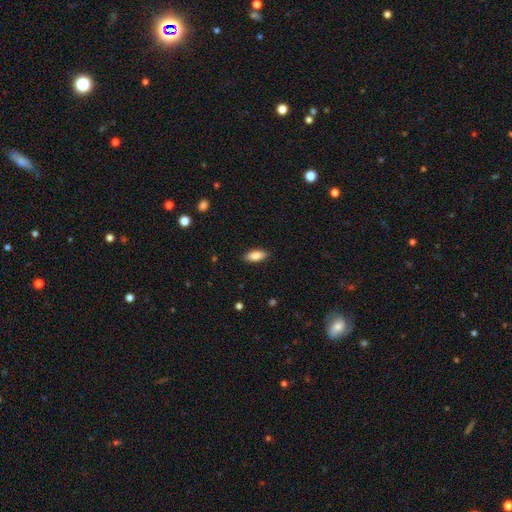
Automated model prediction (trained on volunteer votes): Morphology: type=smooth (87%); roundness=in between (84%); merging=none (88%).